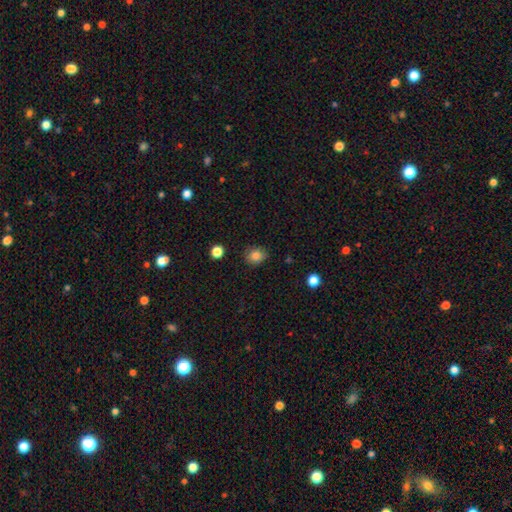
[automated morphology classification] type=smooth (84%); roundness=round (68%); merging=none (83%).